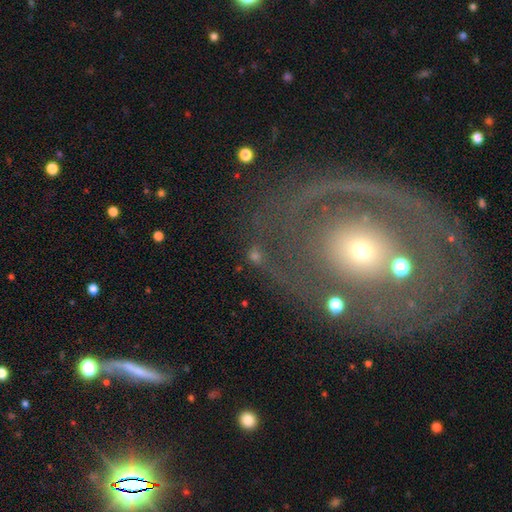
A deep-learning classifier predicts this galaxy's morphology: featured or disk 37%, smooth 33%, star or artifact 29%. Down the decision tree: merging — none (55%).